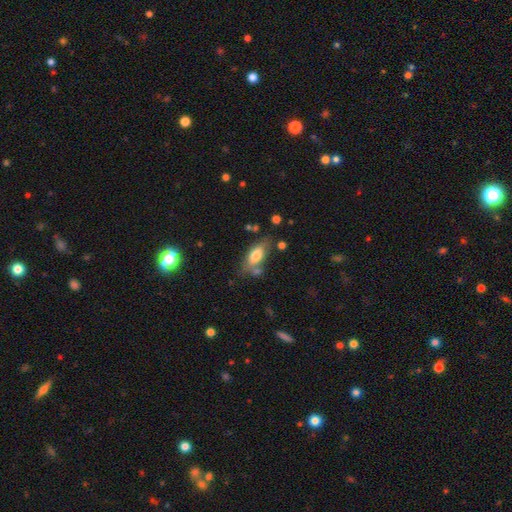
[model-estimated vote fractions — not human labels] Morphology: type=smooth (72%); roundness=in between (82%); merging=none (61%).